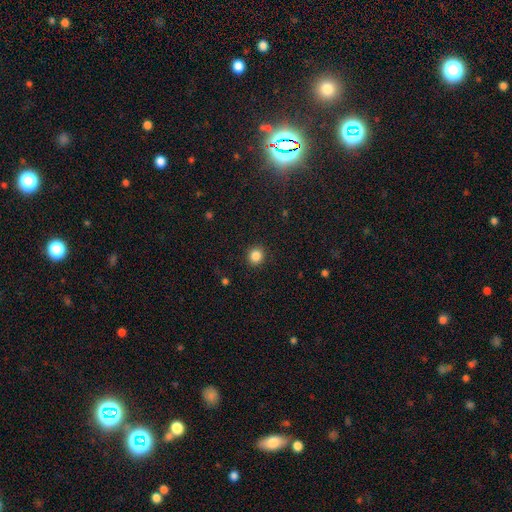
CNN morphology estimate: The model was most divided on "smooth or featured": smooth: 86%, star or artifact: 11%, featured or disk: 4%. More confident: merging — none (92%); how rounded — round (88%).